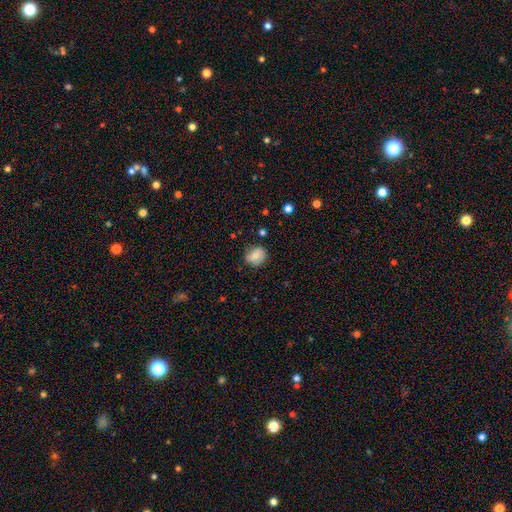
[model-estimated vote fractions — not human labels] Smooth or featured: smooth — 74% (featured or disk — 17%)
How rounded: round — 73% (in between — 26%)
Merging: none — 77% (minor disturbance — 18%)